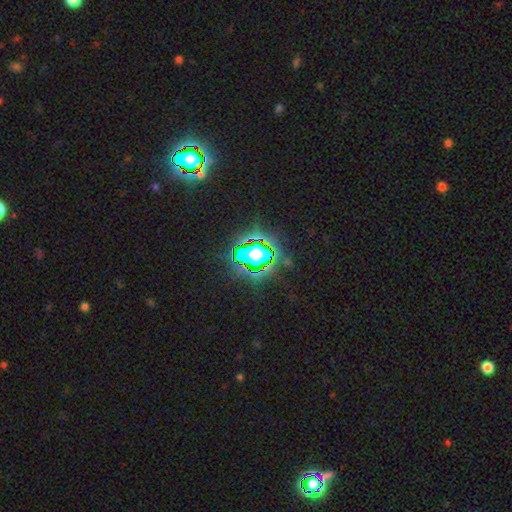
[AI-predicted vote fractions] Overall: star or artifact (66%).